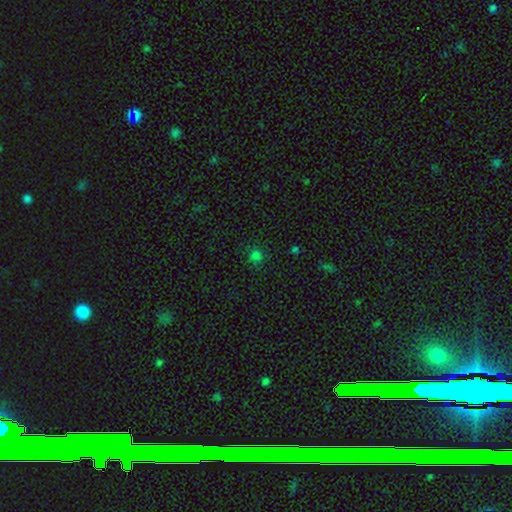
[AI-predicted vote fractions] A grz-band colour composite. It shows a smooth galaxy with no disk features (69%) that is round (86%). Merging: none (81%).